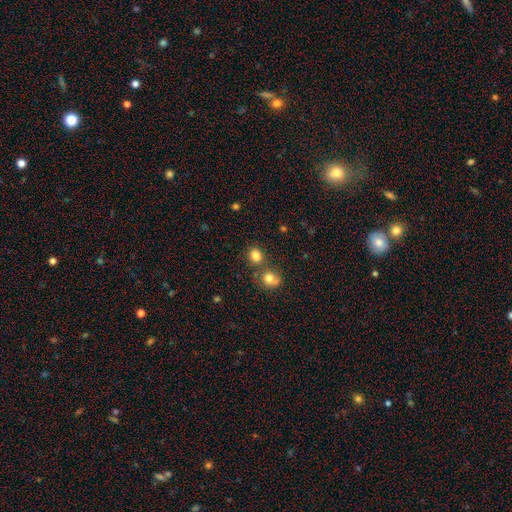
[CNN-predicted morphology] Smooth or featured?
  - smooth: 82% *
  - star or artifact: 12%
  - featured or disk: 6%
How rounded?
  - round: 73% *
  - in between: 25%
  - cigar-shaped: 1%
Merging?
  - none: 67% *
  - merger: 21%
  - minor disturbance: 9%
  - major disturbance: 3%